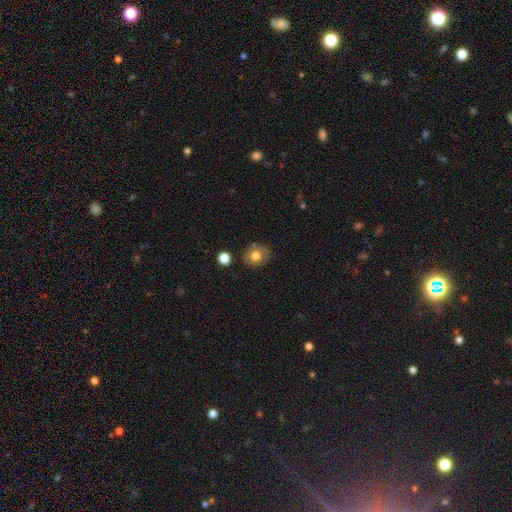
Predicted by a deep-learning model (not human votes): A smooth galaxy with no disk features (73%) that is round (63%).

Vote fractions:
- Smooth or featured? smooth: 73% / featured or disk: 18% / star or artifact: 10%
- How rounded? round: 63% / in between: 36% / cigar-shaped: 1%
- Merging? none: 75% / minor disturbance: 15% / merger: 6% / major disturbance: 4%